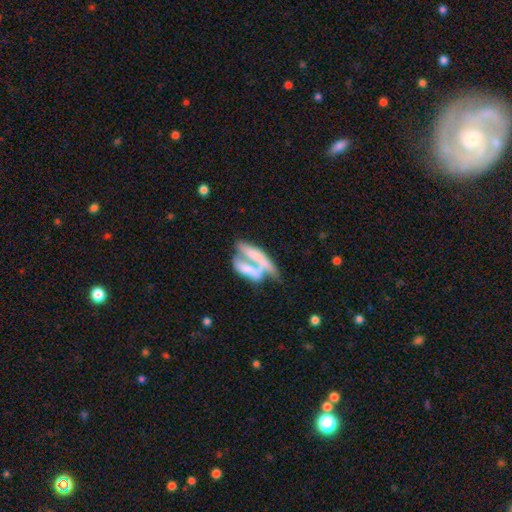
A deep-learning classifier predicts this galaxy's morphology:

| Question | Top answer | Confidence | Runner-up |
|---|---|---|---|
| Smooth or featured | featured or disk | 48% | smooth (44%) |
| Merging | merger | 64% | major disturbance (16%) |